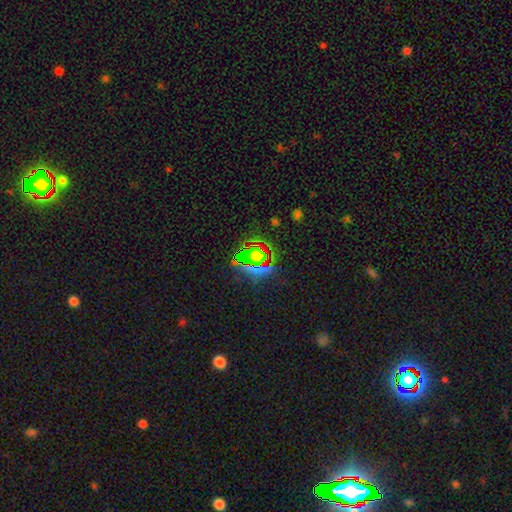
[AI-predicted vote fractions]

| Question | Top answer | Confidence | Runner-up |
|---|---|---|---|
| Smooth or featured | star or artifact | 50% | smooth (34%) |